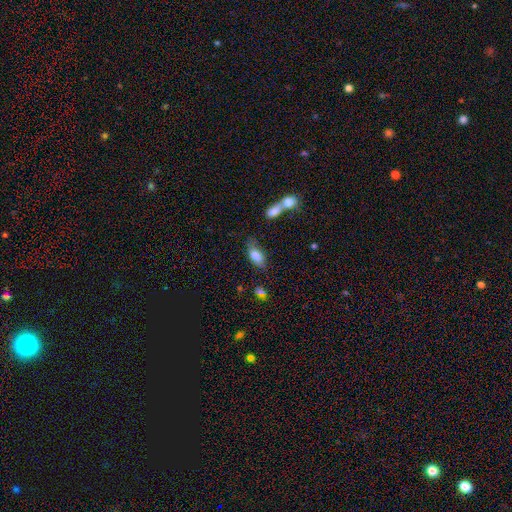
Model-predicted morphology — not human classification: This is likely a smooth galaxy (77%). How rounded: clearly in between (87%). Merging: possibly none (57%).